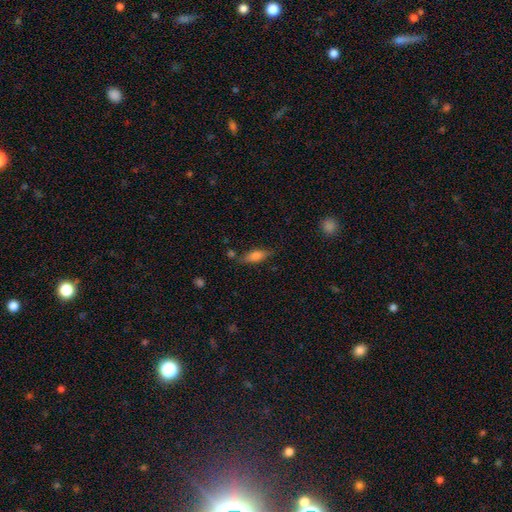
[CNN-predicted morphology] This appears to be a smooth galaxy with no disk features (75%) that is in between round and cigar-shaped (71%). Merging: none (66%).